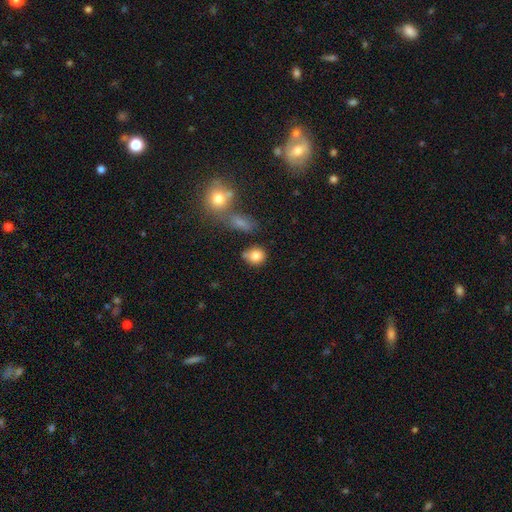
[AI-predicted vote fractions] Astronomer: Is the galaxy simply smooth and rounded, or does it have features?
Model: smooth — 81%.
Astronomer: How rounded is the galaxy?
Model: round — 70%.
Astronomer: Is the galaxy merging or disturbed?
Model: none — 57%.